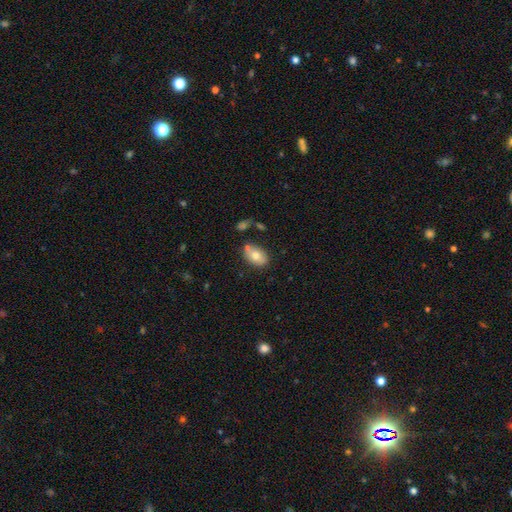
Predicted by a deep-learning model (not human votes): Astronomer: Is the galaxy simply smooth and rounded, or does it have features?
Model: smooth — 75%.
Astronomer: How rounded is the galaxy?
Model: in between — 86%.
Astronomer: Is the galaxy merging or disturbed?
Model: none — 73%.